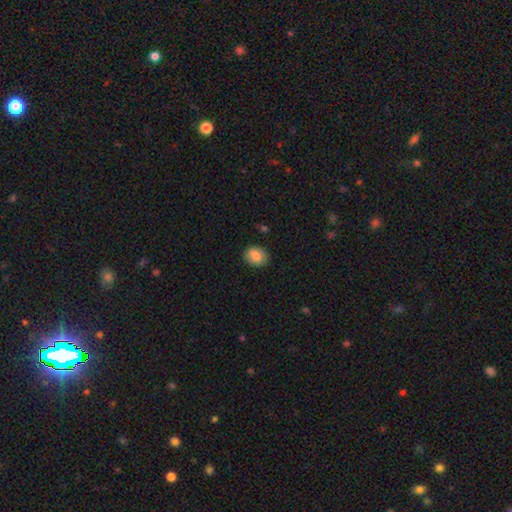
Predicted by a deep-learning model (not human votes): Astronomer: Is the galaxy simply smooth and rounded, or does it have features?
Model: smooth — 81%.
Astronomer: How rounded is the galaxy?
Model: round — 53% (runner-up: in between, 46%).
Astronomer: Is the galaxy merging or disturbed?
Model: none — 86%.